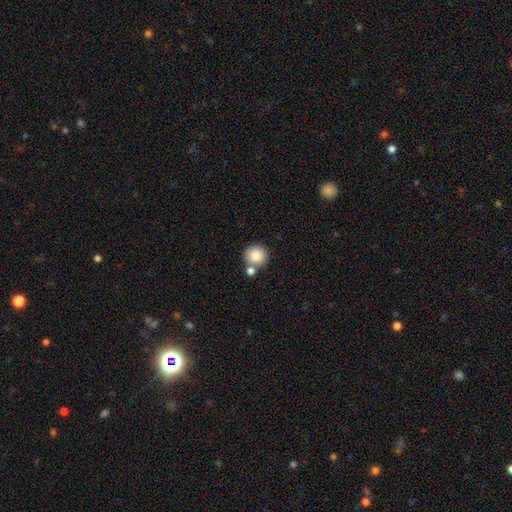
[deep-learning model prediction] The model was most divided on "merging": none: 68%, merger: 20%, minor disturbance: 9%, major disturbance: 3%. More confident: how rounded — round (92%); smooth or featured — smooth (85%).